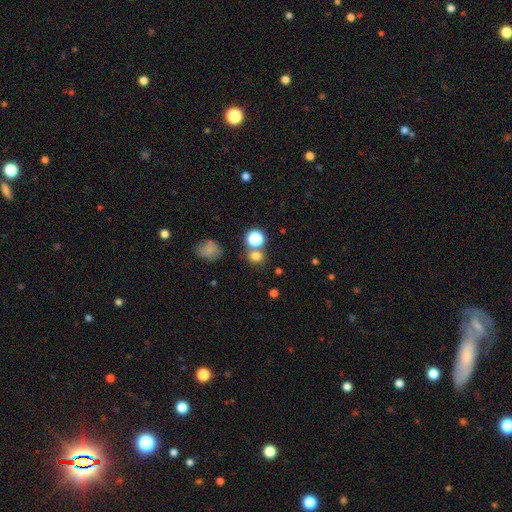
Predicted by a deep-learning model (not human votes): A smooth galaxy with no disk features (71%) that is round (74%). Merging: none (67%).